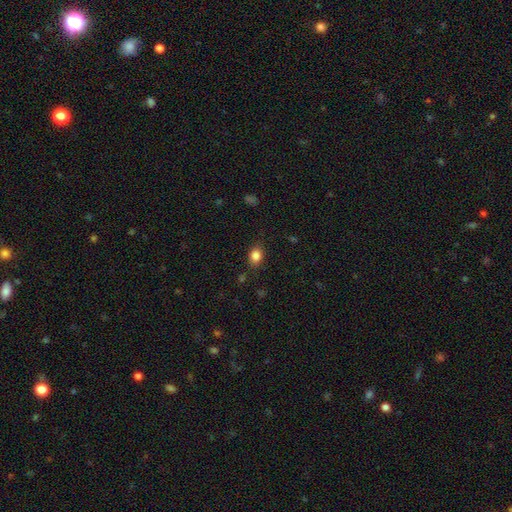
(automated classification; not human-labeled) Smooth or featured? smooth (84%)
How rounded? in between (62%)
Merging? none (82%)